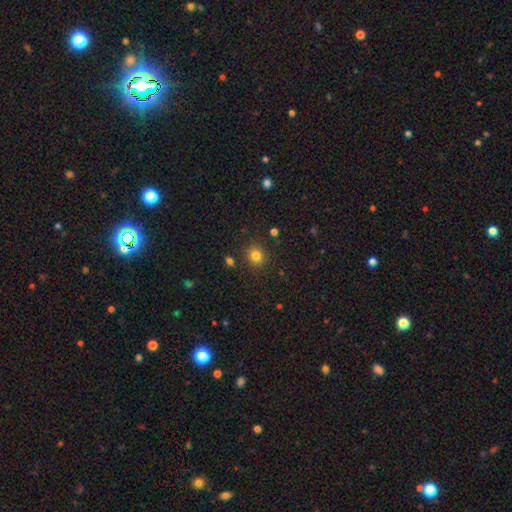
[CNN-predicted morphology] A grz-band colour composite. It shows a smooth galaxy with no disk features (80%) that is round (85%). Merging: none (87%).